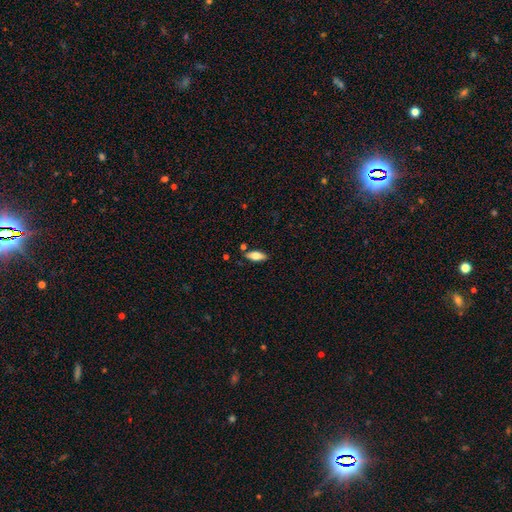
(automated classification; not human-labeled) Morphology: type=smooth (72%); roundness=in between (80%); merging=none (82%).